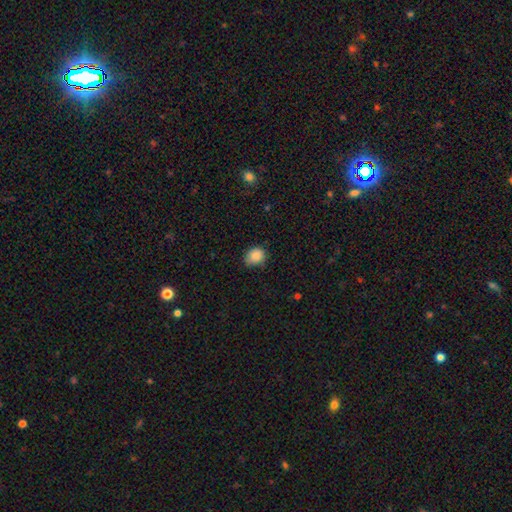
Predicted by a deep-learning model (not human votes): Smooth or featured? Predicted: smooth (p=0.87). How rounded? Predicted: round (p=0.59). Merging? Predicted: none (p=0.68).